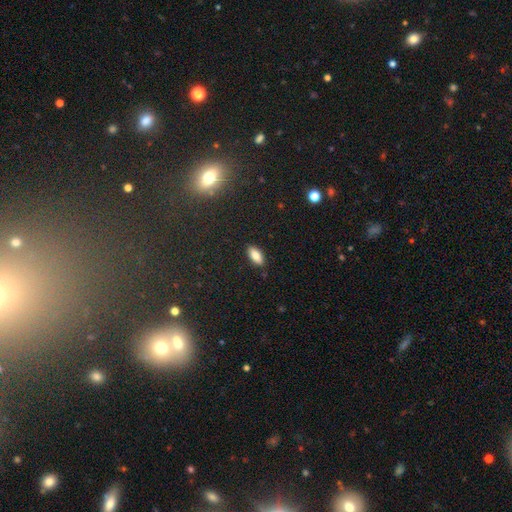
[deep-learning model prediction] smooth 83%, featured or disk 8%, star or artifact 8%. Down the decision tree: how rounded — in between (86%); merging — none (87%).